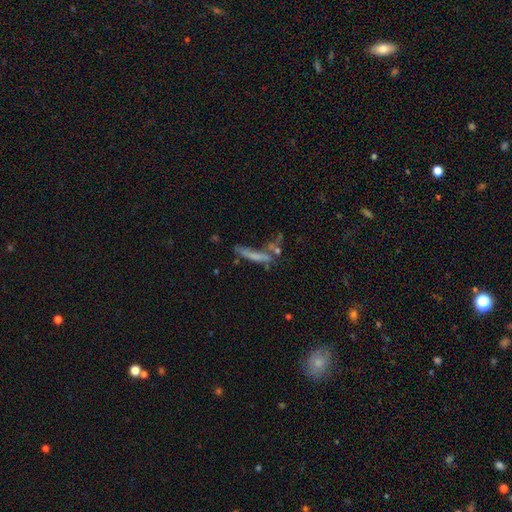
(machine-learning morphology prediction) A smooth galaxy with no disk features (51%) that is cigar-shaped (86%).

Vote fractions:
- Smooth or featured? smooth: 51% / featured or disk: 35% / star or artifact: 14%
- How rounded? cigar-shaped: 86% / in between: 11% / round: 3%
- Merging? none: 40% / merger: 24% / major disturbance: 19% / minor disturbance: 17%